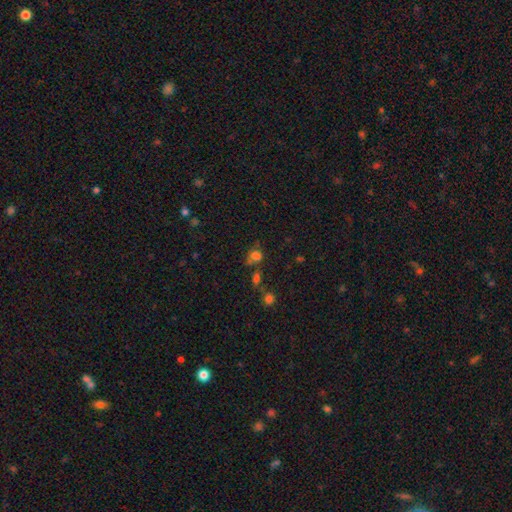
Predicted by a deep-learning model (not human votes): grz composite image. It shows a smooth galaxy with no disk features (70%) that is round (69%). Merging: none (52%).